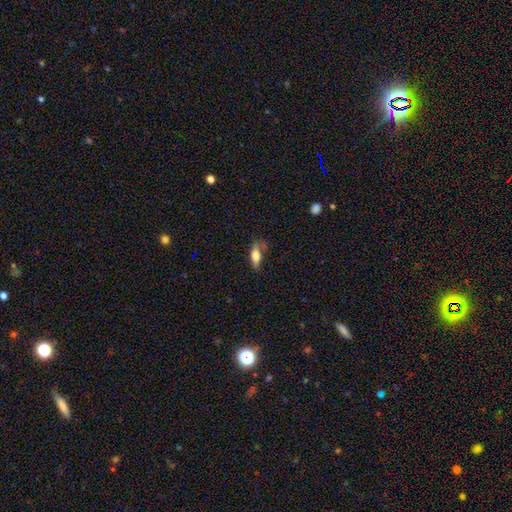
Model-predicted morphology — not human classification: Smooth or featured: smooth — 65% (featured or disk — 27%)
How rounded: in between — 60% (cigar-shaped — 37%)
Merging: none — 63% (minor disturbance — 23%)